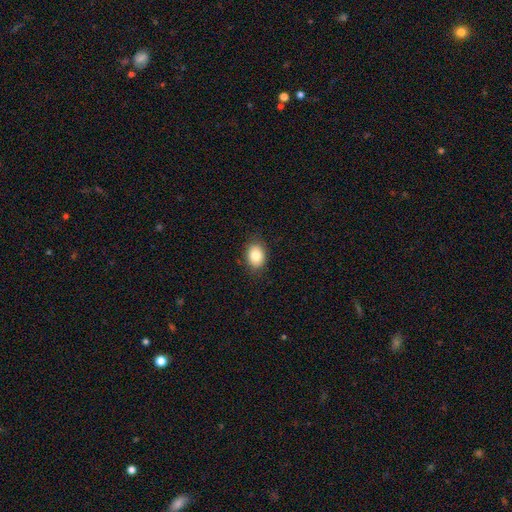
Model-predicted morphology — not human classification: Q: Smooth or featured?
A: smooth (82%); runner-up: featured or disk (9%)
Q: How rounded?
A: in between (67%); runner-up: round (32%)
Q: Merging?
A: none (86%); runner-up: minor disturbance (10%)